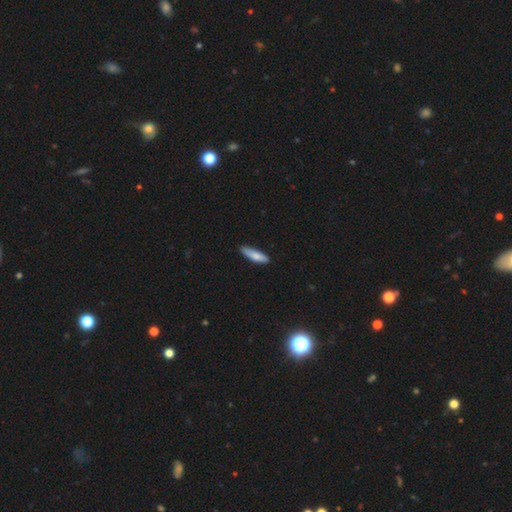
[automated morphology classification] The model was most divided on "how rounded": cigar-shaped: 71%, in between: 28%, round: 2%. More confident: merging — none (82%); smooth or featured — smooth (80%).